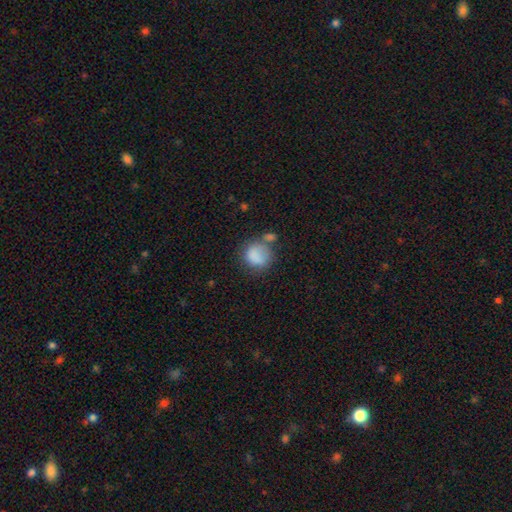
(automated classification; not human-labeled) Morphology: type=smooth (81%); roundness=round (73%); merging=none (46%).